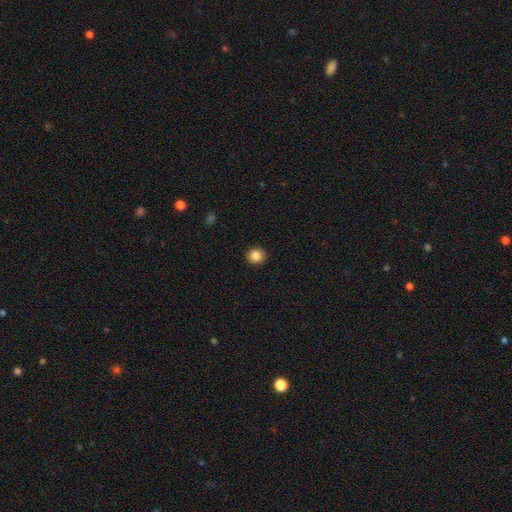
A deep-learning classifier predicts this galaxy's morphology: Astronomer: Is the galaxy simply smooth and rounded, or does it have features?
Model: smooth — 85%.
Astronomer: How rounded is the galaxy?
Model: round — 88%.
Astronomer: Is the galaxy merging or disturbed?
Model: none — 93%.